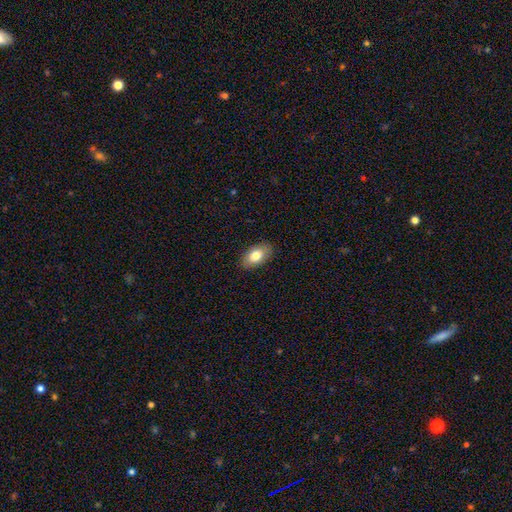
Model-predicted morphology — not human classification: A smooth galaxy with no disk features (79%) that is in between round and cigar-shaped (93%).

Vote fractions:
- Smooth or featured? smooth: 79% / featured or disk: 14% / star or artifact: 7%
- How rounded? in between: 93% / round: 5% / cigar-shaped: 2%
- Merging? none: 88% / minor disturbance: 9% / major disturbance: 2% / merger: 1%